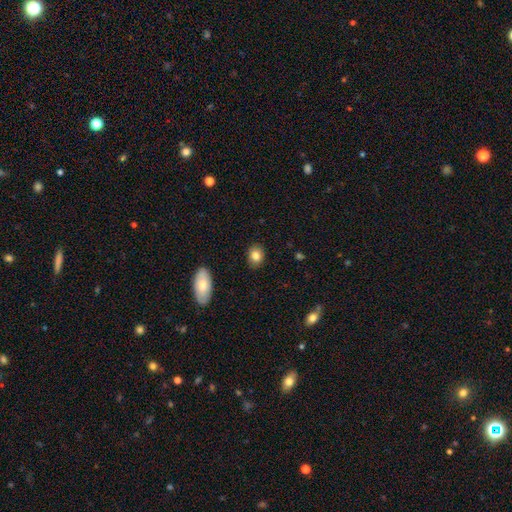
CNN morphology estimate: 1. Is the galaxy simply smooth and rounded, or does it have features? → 83% smooth, 9% star or artifact, 8% featured or disk.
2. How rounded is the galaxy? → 53% in between, 45% round, 1% cigar-shaped.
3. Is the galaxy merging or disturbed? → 88% none, 9% minor disturbance, 2% major disturbance, 1% merger.